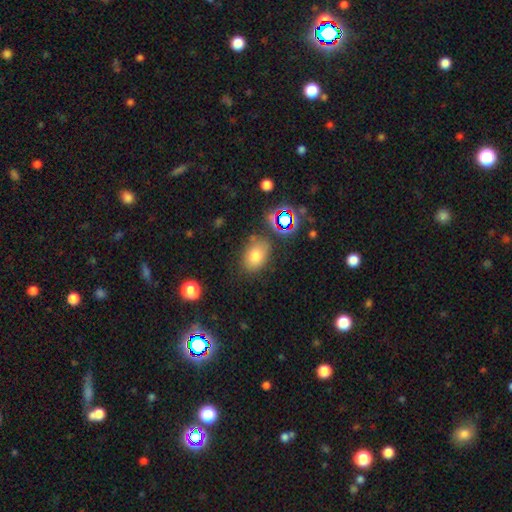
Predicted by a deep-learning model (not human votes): Smooth or featured?
  - smooth: 73% *
  - star or artifact: 16%
  - featured or disk: 11%
How rounded?
  - in between: 75% *
  - round: 24%
  - cigar-shaped: 1%
Merging?
  - none: 74% *
  - minor disturbance: 16%
  - major disturbance: 5%
  - merger: 5%